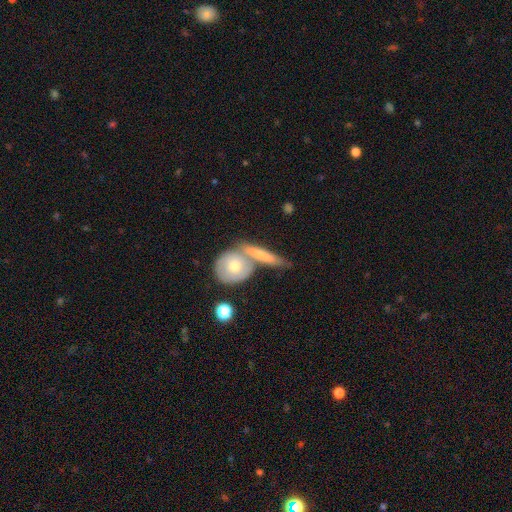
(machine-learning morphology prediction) type=featured or disk (50%); merging=none (53%).